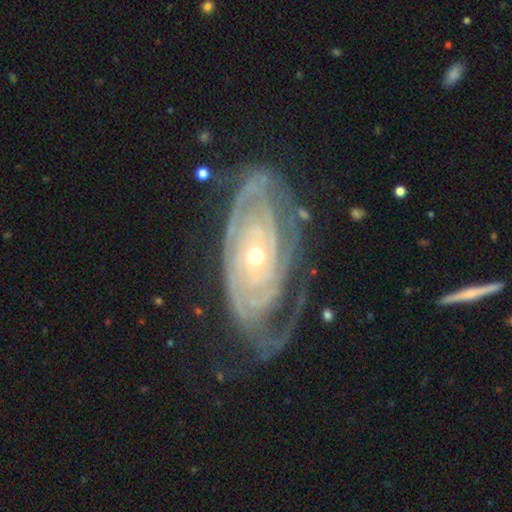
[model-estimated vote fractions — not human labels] Smooth or featured?
  - featured or disk: 88% *
  - smooth: 7%
  - star or artifact: 5%
Edge-on disk?
  - no: 93% *
  - yes: 7%
Bar?
  - no: 80% *
  - weak: 14%
  - strong: 6%
Spiral arms?
  - yes: 92% *
  - no: 8%
Spiral winding?
  - tight: 79% *
  - medium: 16%
  - loose: 5%
Spiral arm count?
  - can't tell: 39% *
  - 2: 27%
  - 3: 13%
  - 4: 8%
  - 1: 7%
  - more than 4: 6%
Bulge size?
  - small: 61% *
  - moderate: 35%
  - large: 2%
  - dominant: 1%
  - none: 1%
Merging?
  - none: 63% *
  - minor disturbance: 21%
  - major disturbance: 15%
  - merger: 2%